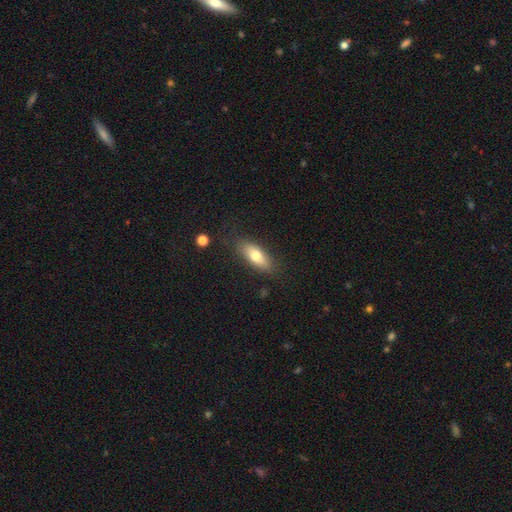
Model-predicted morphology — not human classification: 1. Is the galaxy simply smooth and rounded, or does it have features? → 73% smooth, 20% featured or disk, 7% star or artifact.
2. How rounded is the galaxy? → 73% in between, 24% cigar-shaped, 3% round.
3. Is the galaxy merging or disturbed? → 80% none, 15% minor disturbance, 4% major disturbance, 2% merger.